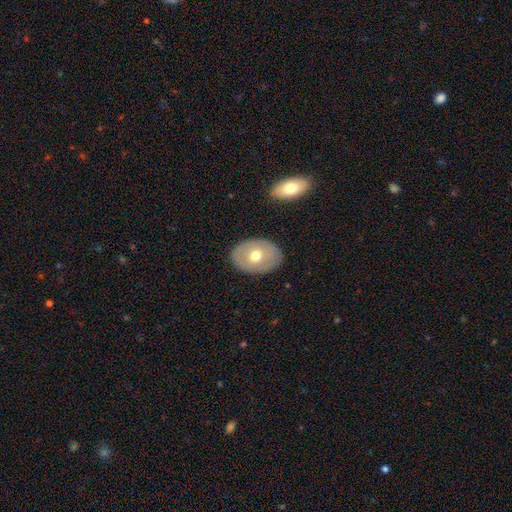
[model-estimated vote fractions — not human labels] Smooth or featured?
  - smooth: 54% *
  - featured or disk: 40%
  - star or artifact: 6%
How rounded?
  - in between: 76% *
  - round: 23%
  - cigar-shaped: 1%
Merging?
  - none: 86% *
  - minor disturbance: 9%
  - major disturbance: 3%
  - merger: 1%